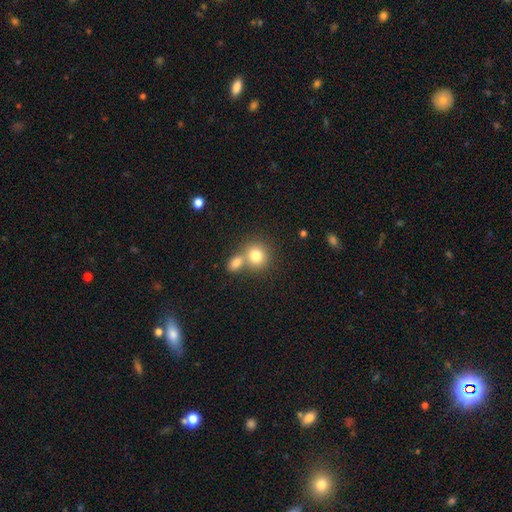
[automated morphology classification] Overall: smooth (79%). How rounded: round (81%). Merging: none (45%; merger 44%).